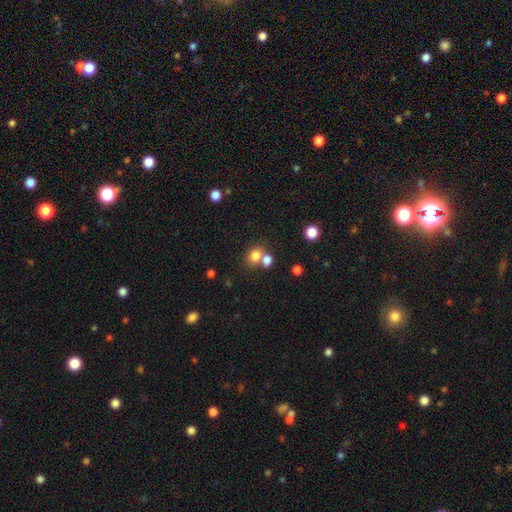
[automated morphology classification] smooth_or_featured: smooth (p=0.79) [alt: star or artifact p=0.12]
how_rounded: round (p=0.52) [alt: in between p=0.47]
merging: none (p=0.45) [alt: merger p=0.43]